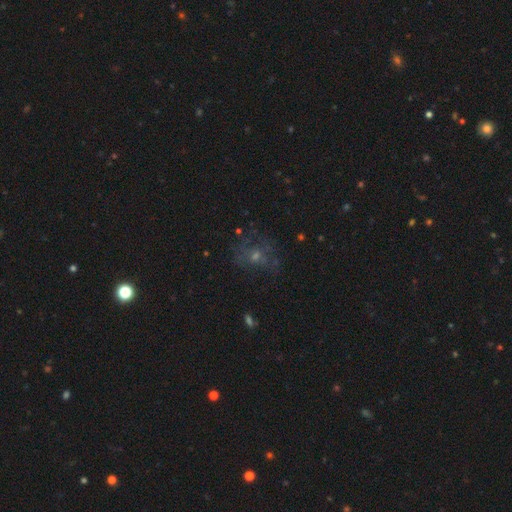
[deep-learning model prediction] smooth-or-featured: featured or disk: 37% | smooth: 34% | star or artifact: 29%
  merging: none: 58% | major disturbance: 20% | minor disturbance: 19% | merger: 3%